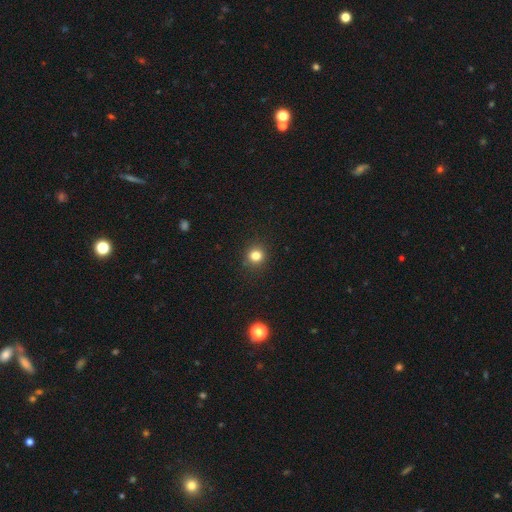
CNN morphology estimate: smooth 82%, star or artifact 13%, featured or disk 5%. Down the decision tree: how rounded — round (90%); merging — none (91%).